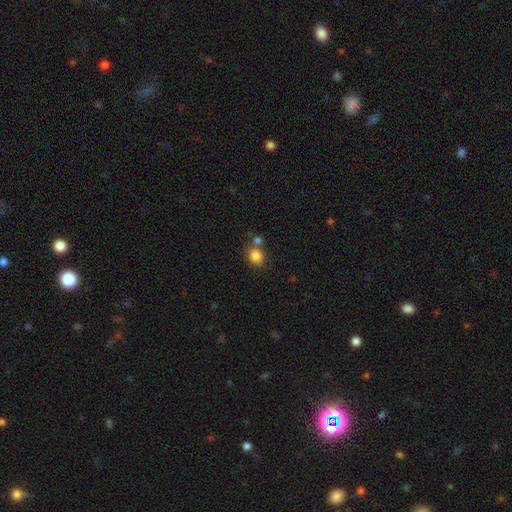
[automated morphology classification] This appears to be a smooth galaxy with no disk features (85%) that is round (58%). Merging: none (61%).